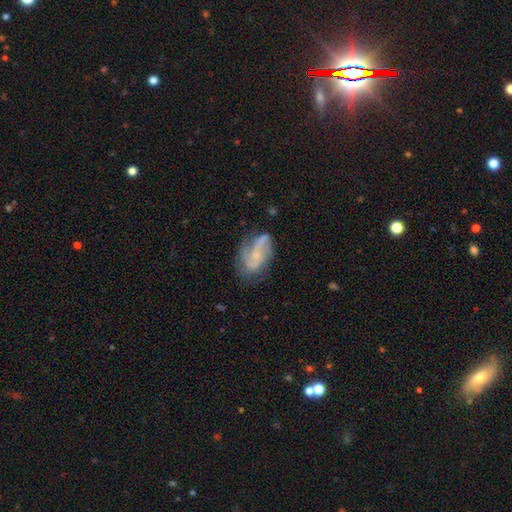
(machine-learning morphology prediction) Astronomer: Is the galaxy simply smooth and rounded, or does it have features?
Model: featured or disk — 73%.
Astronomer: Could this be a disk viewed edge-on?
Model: no — 97%.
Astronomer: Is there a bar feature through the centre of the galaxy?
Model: no — 58% (runner-up: weak, 33%).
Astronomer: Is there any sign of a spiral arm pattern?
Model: yes — 86%.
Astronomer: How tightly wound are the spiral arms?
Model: loose — 43% (runner-up: medium, 40%).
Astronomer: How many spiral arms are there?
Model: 2 — 59%.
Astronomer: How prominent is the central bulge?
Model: small — 62%.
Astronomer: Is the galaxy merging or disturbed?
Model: none — 53%.